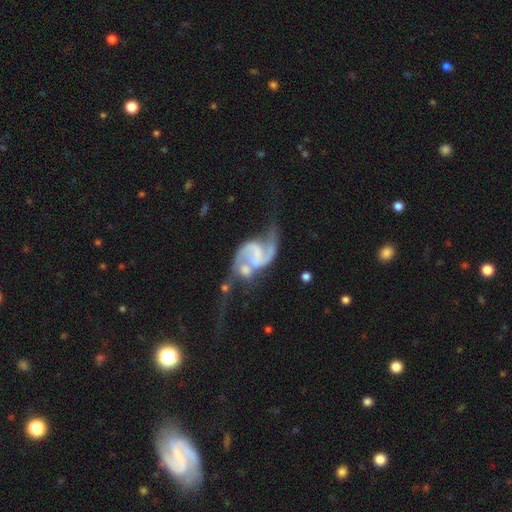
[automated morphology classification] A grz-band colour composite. It shows a featured or disk galaxy (88%) with a weak bar (42%), 2 (91%) loose (58%) spiral arms (96%) and no central bulge (50%). Merging: merger (33%).